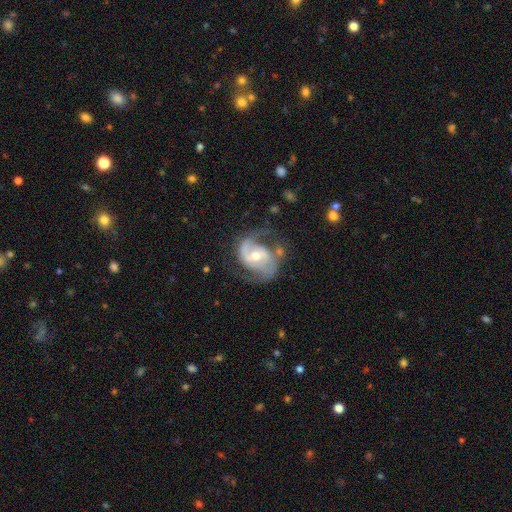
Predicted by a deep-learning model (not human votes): Morphology: type=featured or disk (86%); edge-on=no (97%); bar=weak (43%); spiral arms=yes (94%); winding=medium (52%); arm count=2 (82%); bulge=moderate (61%); merging=none (56%).